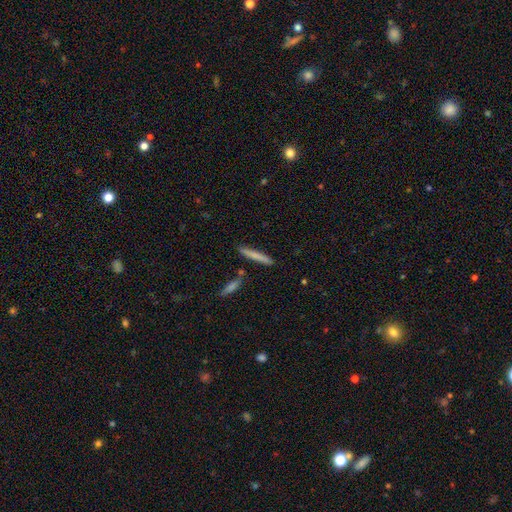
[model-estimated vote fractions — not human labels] Smooth or featured? Predicted: smooth (p=0.70). How rounded? Predicted: cigar-shaped (p=0.94). Merging? Predicted: none (p=0.84).